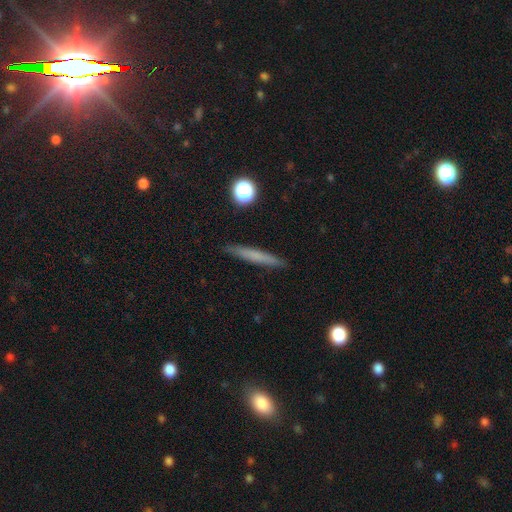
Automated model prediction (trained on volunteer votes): A smooth galaxy with no disk features (61%) that is cigar-shaped (94%).

Vote fractions:
- Smooth or featured? smooth: 61% / featured or disk: 31% / star or artifact: 9%
- How rounded? cigar-shaped: 94% / in between: 4% / round: 2%
- Merging? none: 90% / minor disturbance: 7% / major disturbance: 2% / merger: 1%